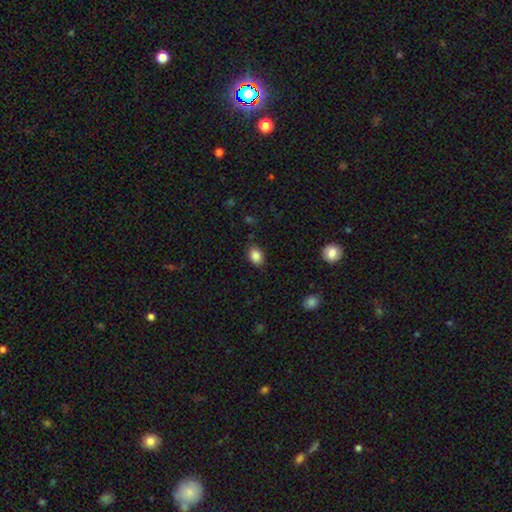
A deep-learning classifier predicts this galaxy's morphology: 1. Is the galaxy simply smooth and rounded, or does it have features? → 86% smooth, 9% star or artifact, 5% featured or disk.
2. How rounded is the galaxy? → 73% in between, 26% round, 1% cigar-shaped.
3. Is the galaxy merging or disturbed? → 84% none, 12% minor disturbance, 3% major disturbance, 1% merger.